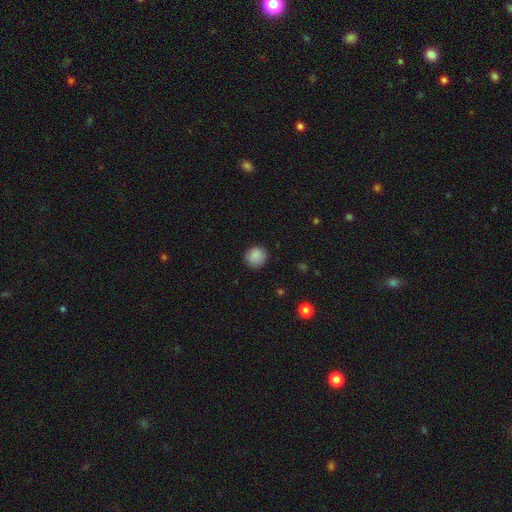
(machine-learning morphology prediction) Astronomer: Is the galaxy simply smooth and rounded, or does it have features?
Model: smooth — 88%.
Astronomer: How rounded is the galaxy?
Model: round — 89%.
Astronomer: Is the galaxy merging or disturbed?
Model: none — 88%.